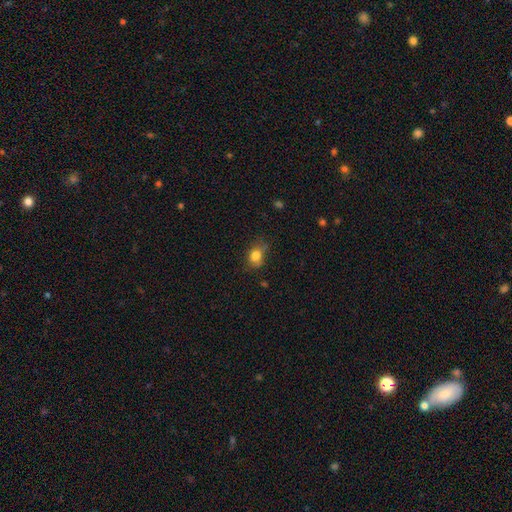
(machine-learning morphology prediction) A smooth galaxy with no disk features (81%) that is in between round and cigar-shaped (57%).

Vote fractions:
- Smooth or featured? smooth: 81% / star or artifact: 10% / featured or disk: 9%
- How rounded? in between: 57% / round: 41% / cigar-shaped: 1%
- Merging? none: 58% / minor disturbance: 30% / major disturbance: 9% / merger: 3%